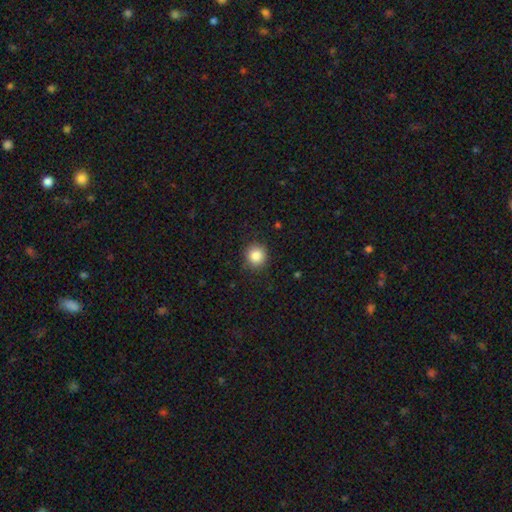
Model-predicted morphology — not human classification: Smooth or featured: smooth — 85% (star or artifact — 10%)
How rounded: round — 91% (in between — 8%)
Merging: none — 89% (minor disturbance — 8%)